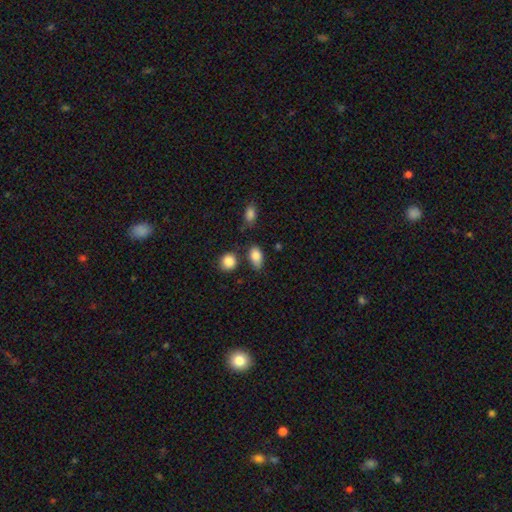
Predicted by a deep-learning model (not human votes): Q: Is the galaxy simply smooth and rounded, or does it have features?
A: smooth — 84%.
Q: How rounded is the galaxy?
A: in between — 86%.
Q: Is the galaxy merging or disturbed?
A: none — 69%.